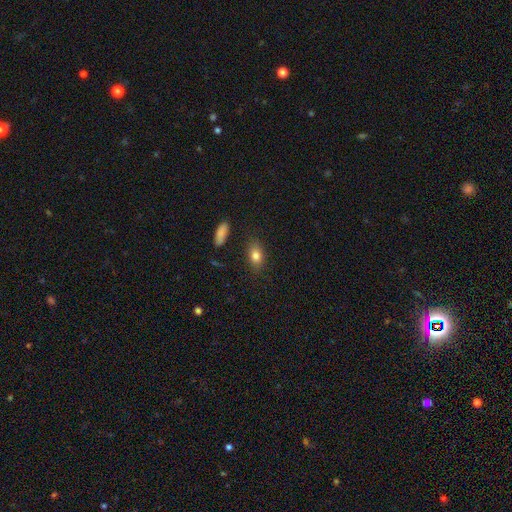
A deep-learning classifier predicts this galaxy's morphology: Smooth or featured: smooth — 81% (featured or disk — 10%)
How rounded: in between — 83% (round — 13%)
Merging: none — 83% (minor disturbance — 12%)